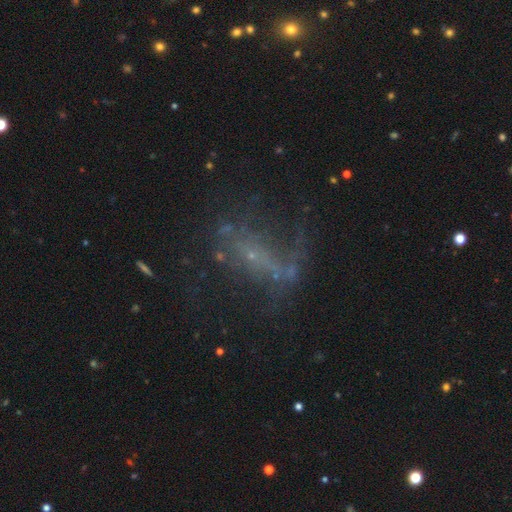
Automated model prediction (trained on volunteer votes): This is possibly a featured or disk galaxy (56%). It is clearly not viewed edge-on (86%). Merging: marginally none (44%).